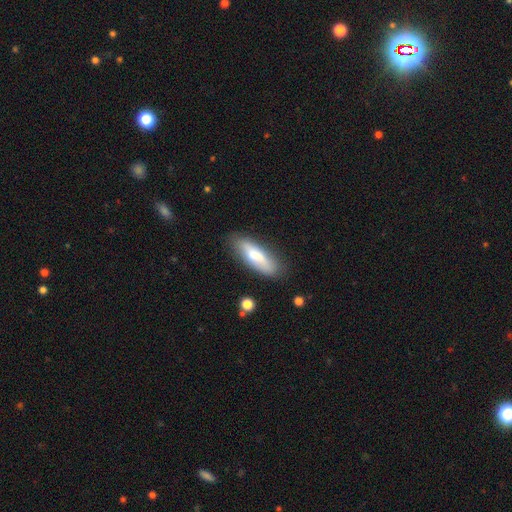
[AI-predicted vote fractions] Q: Smooth or featured?
A: smooth (73%); runner-up: featured or disk (21%)
Q: How rounded?
A: cigar-shaped (51%); runner-up: in between (48%)
Q: Merging?
A: none (78%); runner-up: minor disturbance (16%)